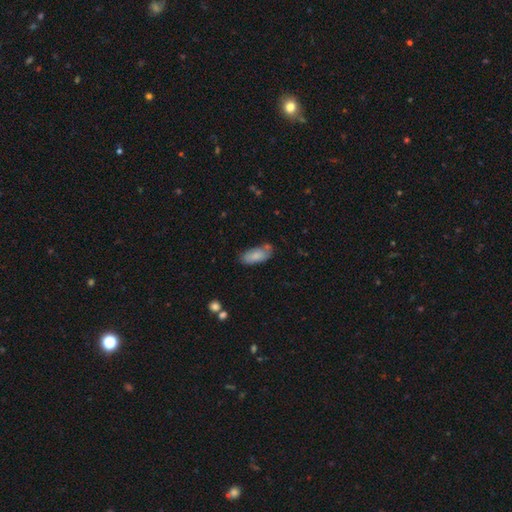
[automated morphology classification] Smooth or featured? smooth (81%)
How rounded? in between (85%)
Merging? none (64%)